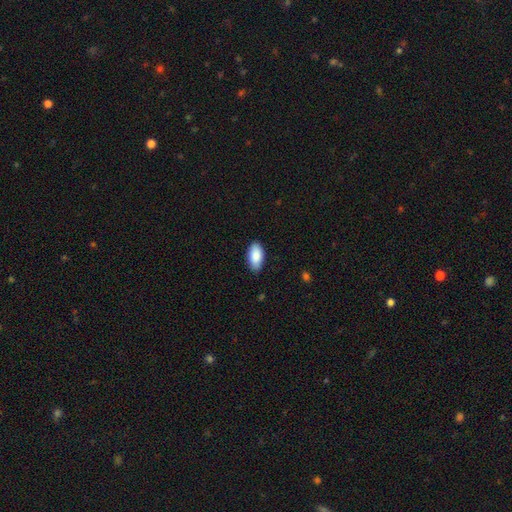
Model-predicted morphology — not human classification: The model was most divided on "merging": none: 86%, minor disturbance: 11%, major disturbance: 2%, merger: 1%. More confident: how rounded — in between (93%); smooth or featured — smooth (88%).